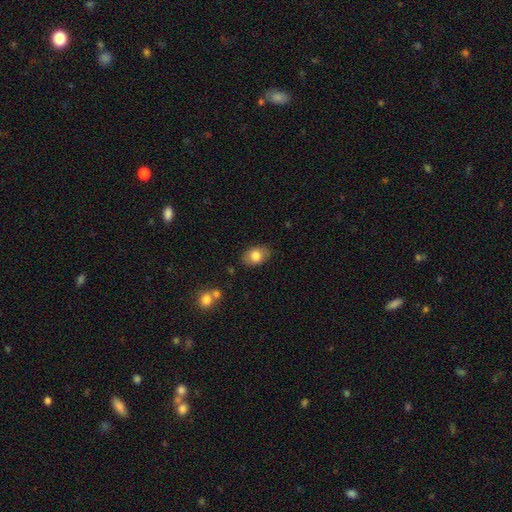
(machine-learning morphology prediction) smooth 79%, featured or disk 13%, star or artifact 8%. Down the decision tree: how rounded — in between (82%); merging — none (82%).